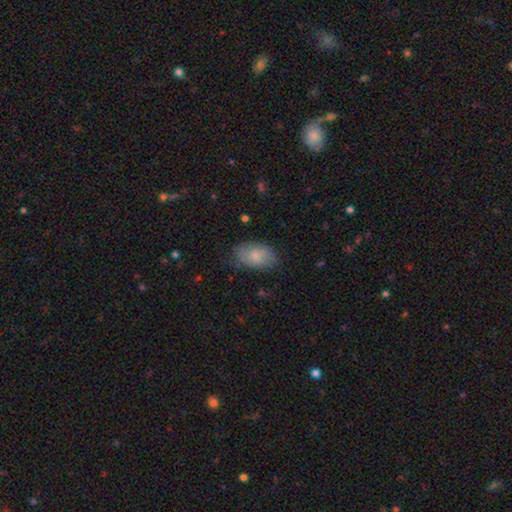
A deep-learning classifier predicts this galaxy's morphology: The model was most divided on "merging": none: 76%, minor disturbance: 19%, major disturbance: 4%, merger: 1%. More confident: how rounded — in between (92%); smooth or featured — smooth (78%).